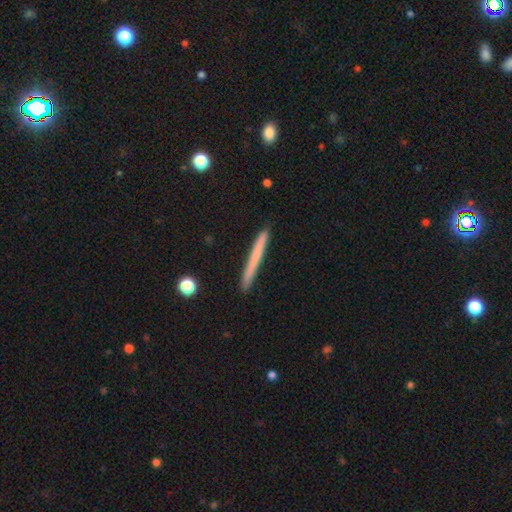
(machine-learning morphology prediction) type=smooth (64%); roundness=cigar-shaped (97%); merging=none (91%).